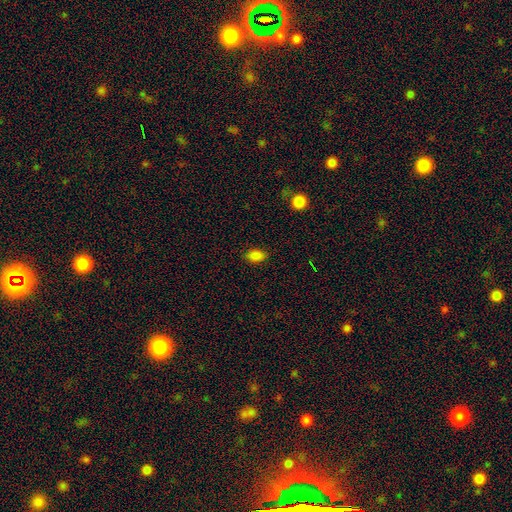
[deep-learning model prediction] smooth 85%, star or artifact 11%, featured or disk 4%. Down the decision tree: how rounded — in between (86%); merging — none (86%).